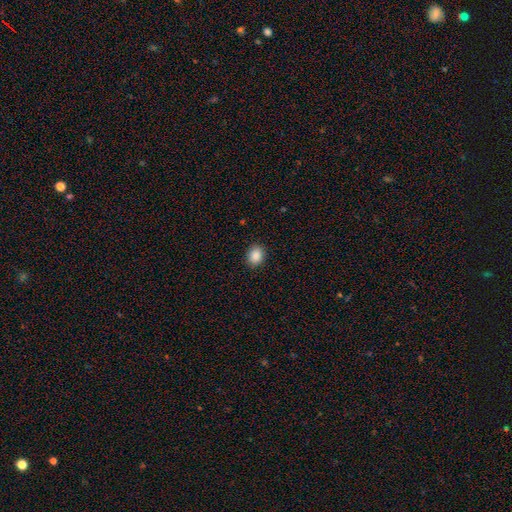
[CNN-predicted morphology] smooth 88%, star or artifact 9%, featured or disk 3%. Down the decision tree: how rounded — in between (51%); merging — none (89%).